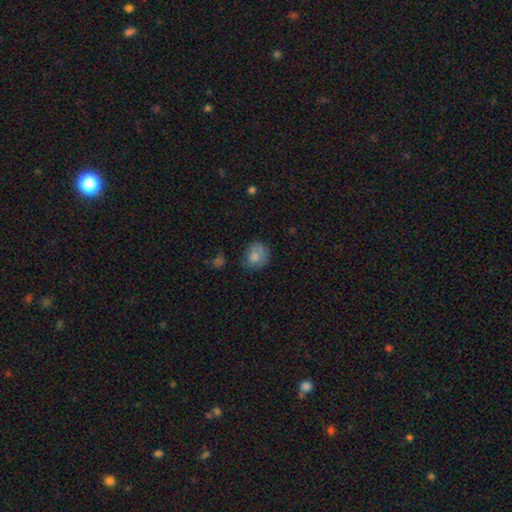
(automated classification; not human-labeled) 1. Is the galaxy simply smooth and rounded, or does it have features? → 80% smooth, 10% featured or disk, 9% star or artifact.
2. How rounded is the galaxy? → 66% round, 33% in between, 1% cigar-shaped.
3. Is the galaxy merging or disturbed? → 63% none, 25% minor disturbance, 8% major disturbance, 3% merger.